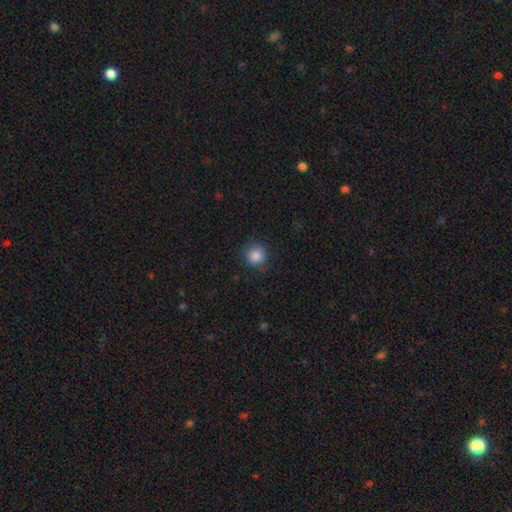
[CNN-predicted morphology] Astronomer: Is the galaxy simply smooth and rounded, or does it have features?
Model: smooth — 86%.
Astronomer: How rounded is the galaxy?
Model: round — 91%.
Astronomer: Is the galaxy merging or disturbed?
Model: none — 83%.